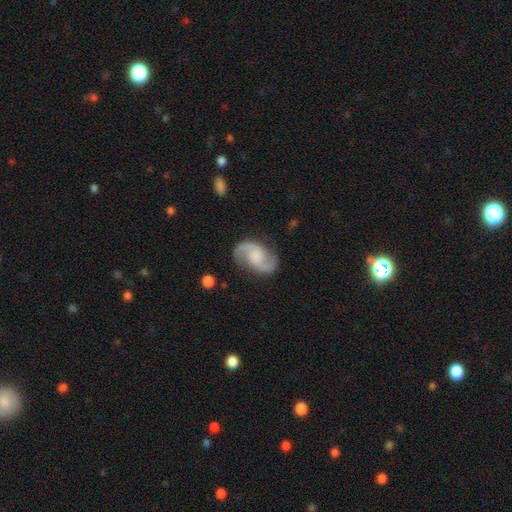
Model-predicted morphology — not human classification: smooth_or_featured: featured or disk (p=0.86) [alt: smooth p=0.09]
disk_edge_on: no (p=0.98) [alt: yes p=0.02]
bar: no (p=0.56) [alt: weak p=0.36]
has_spiral_arms: yes (p=0.97) [alt: no p=0.03]
spiral_winding: medium (p=0.46) [alt: loose p=0.43]
spiral_arm_count: 2 (p=0.94) [alt: can't tell p=0.02]
bulge_size: none (p=0.35) [alt: moderate p=0.25]
merging: none (p=0.82) [alt: minor disturbance p=0.12]